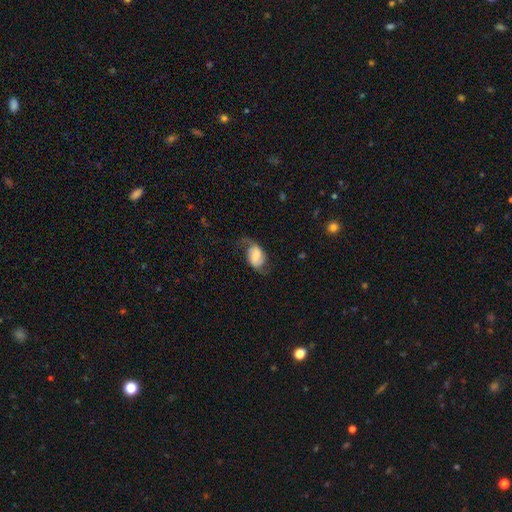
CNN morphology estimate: smooth-or-featured: featured or disk: 53% | smooth: 39% | star or artifact: 8%
  disk-edge-on: no: 97% | yes: 3%
    bar: weak: 44% | no: 38% | strong: 18%
    has-spiral-arms: yes: 88% | no: 12%
    bulge-size: moderate: 31% | small: 24% | large: 20% | none: 17% | dominant: 7%
  merging: none: 47% | minor disturbance: 26% | major disturbance: 25% | merger: 2%